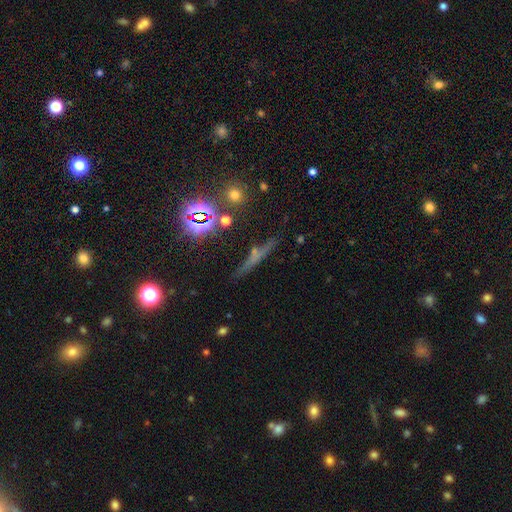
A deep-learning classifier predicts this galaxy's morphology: featured or disk 39%, smooth 37%, star or artifact 25%. Down the decision tree: merging — none (77%).